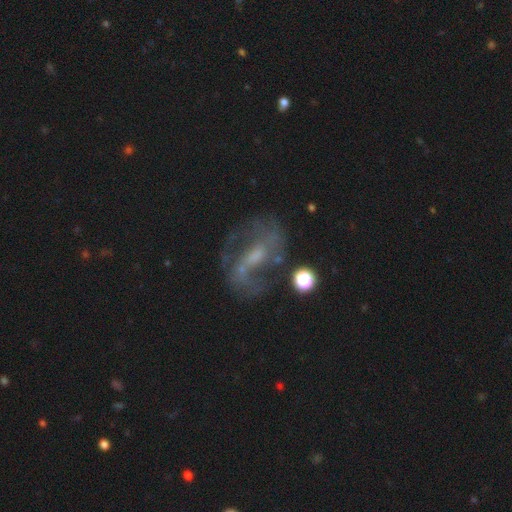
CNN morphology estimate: This is likely a featured or disk galaxy (77%). It is clearly not viewed edge-on (95%). Bar: possibly weak (47%). Spiral arm pattern: clearly yes (83%). Spiral arm count: clearly 2 (81%). Spiral winding: marginally medium (44%). Central bulge: possibly small (46%). Merging: possibly none (58%).